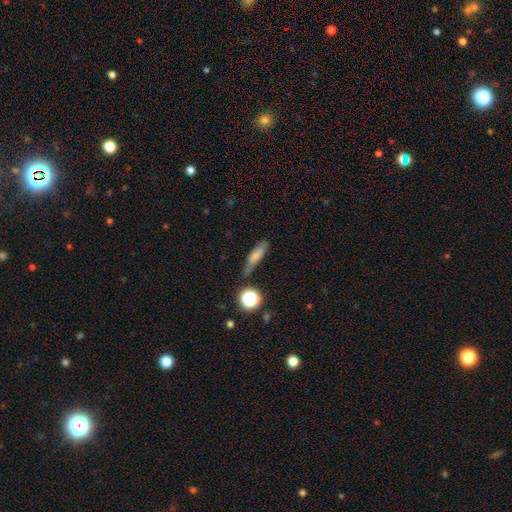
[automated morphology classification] The model was most divided on "how rounded": cigar-shaped: 69%, in between: 24%, round: 6%. More confident: smooth or featured — smooth (70%); merging — none (68%).